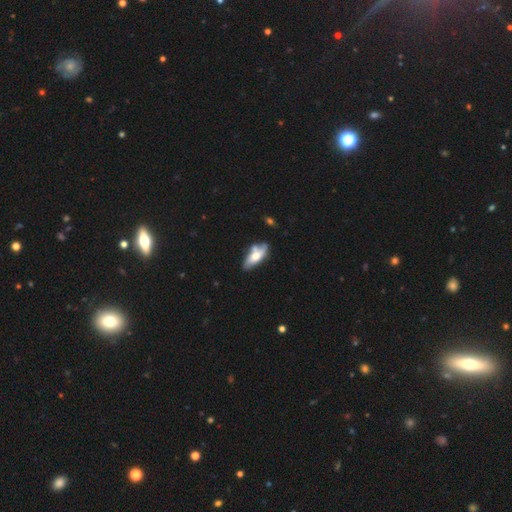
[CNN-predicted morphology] This appears to be a smooth galaxy with no disk features (51%) that is in between round and cigar-shaped (75%). Merging: none (45%).